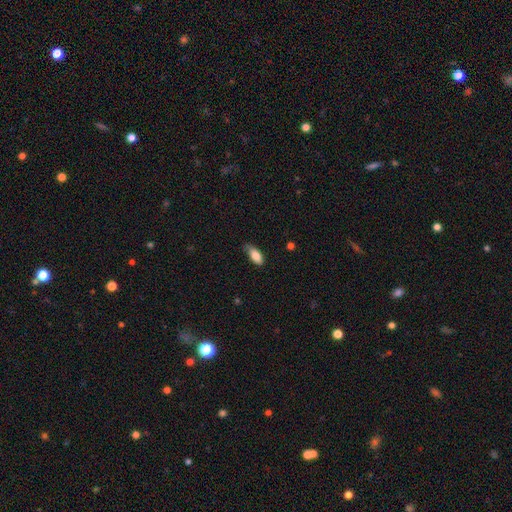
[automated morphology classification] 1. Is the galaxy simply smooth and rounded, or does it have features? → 83% smooth, 10% featured or disk, 6% star or artifact.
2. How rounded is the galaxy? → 85% in between, 13% cigar-shaped, 3% round.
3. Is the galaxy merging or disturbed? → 63% none, 30% minor disturbance, 5% major disturbance, 1% merger.